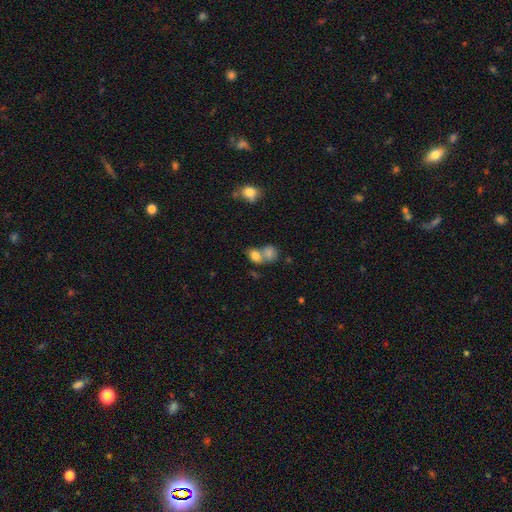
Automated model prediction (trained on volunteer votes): Q: Smooth or featured?
A: smooth (80%); runner-up: star or artifact (11%)
Q: How rounded?
A: in between (63%); runner-up: round (35%)
Q: Merging?
A: merger (51%); runner-up: none (34%)